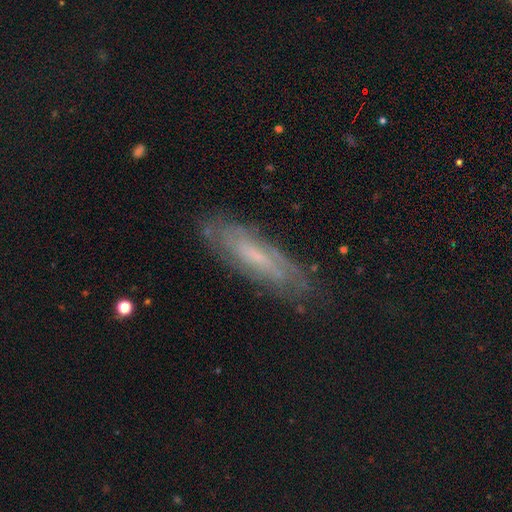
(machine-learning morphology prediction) A featured or disk galaxy (62%). Merging: none (78%).